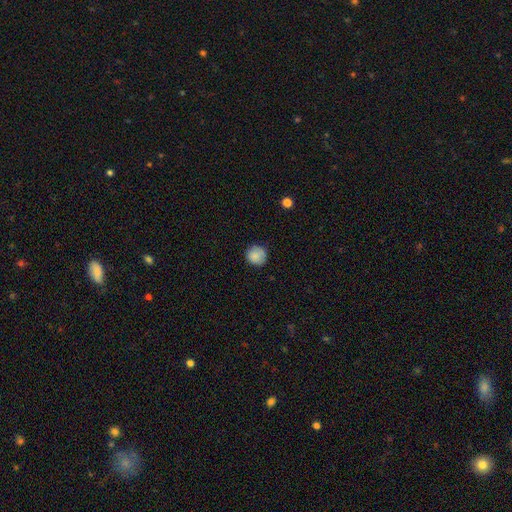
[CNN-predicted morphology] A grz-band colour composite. It shows a smooth galaxy with no disk features (85%) that is round (89%). Merging: none (80%).